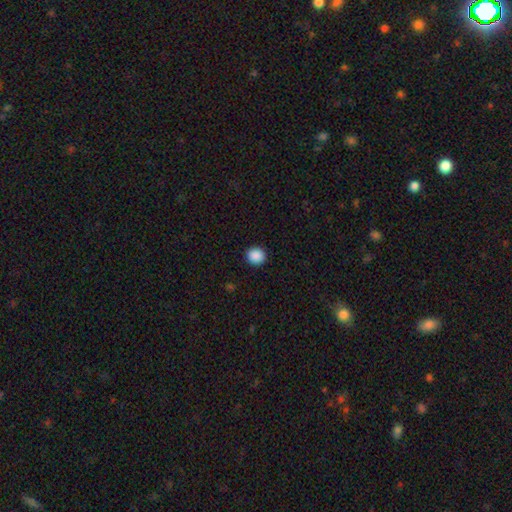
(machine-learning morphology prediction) Smooth or featured? smooth (89%)
How rounded? round (86%)
Merging? none (92%)